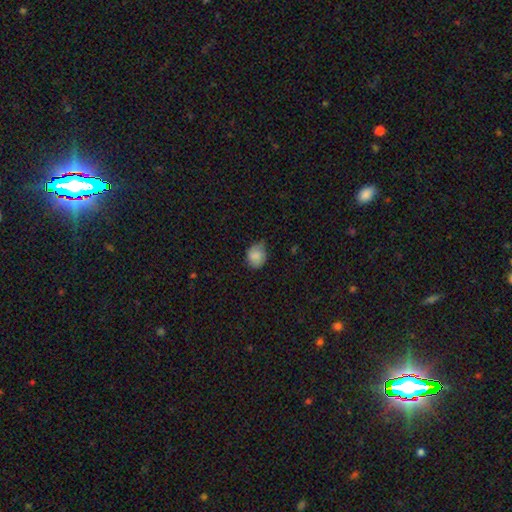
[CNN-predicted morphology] type=smooth (82%); roundness=round (52%); merging=none (51%).